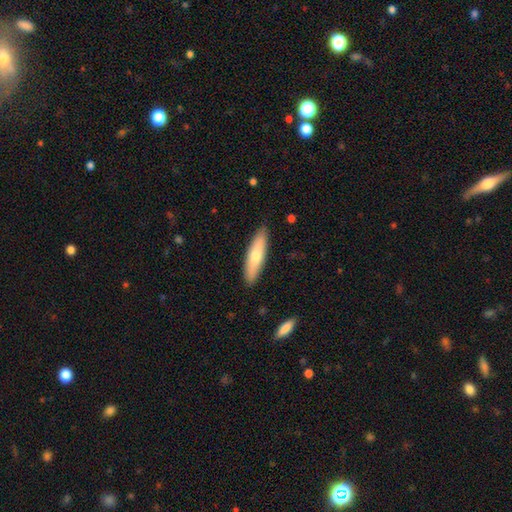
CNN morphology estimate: This is likely a smooth galaxy (65%). How rounded: likely cigar-shaped (68%). Merging: clearly none (89%).